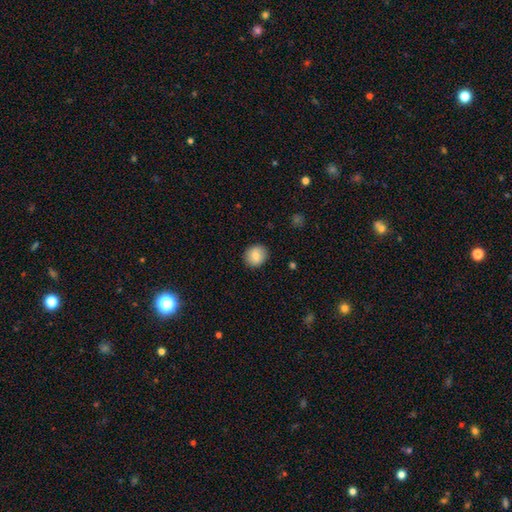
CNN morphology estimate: type=smooth (81%); roundness=round (79%); merging=none (89%).